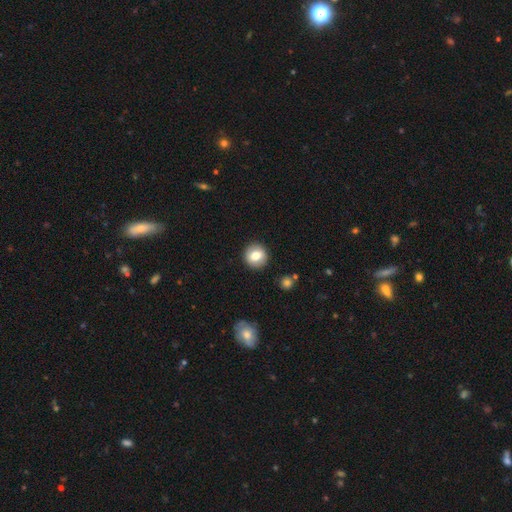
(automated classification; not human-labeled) smooth-or-featured: smooth: 76% | featured or disk: 15% | star or artifact: 9%
  how-rounded: round: 88% | in between: 11% | cigar-shaped: 1%
  merging: none: 90% | minor disturbance: 7% | major disturbance: 2% | merger: 1%